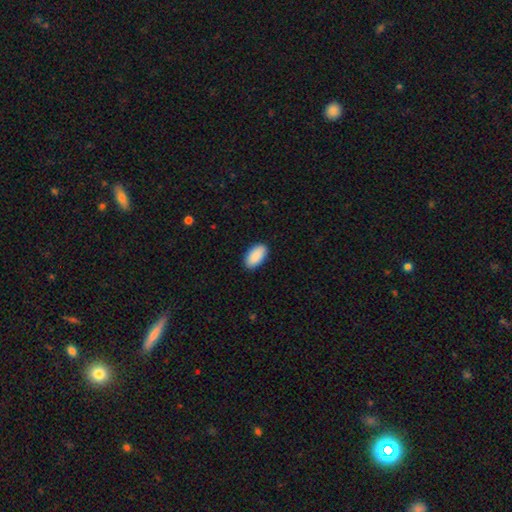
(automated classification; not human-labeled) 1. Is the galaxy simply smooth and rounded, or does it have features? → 91% smooth, 6% star or artifact, 3% featured or disk.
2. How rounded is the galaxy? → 96% in between, 2% cigar-shaped, 2% round.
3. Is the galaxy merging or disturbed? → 90% none, 7% minor disturbance, 2% major disturbance, 1% merger.